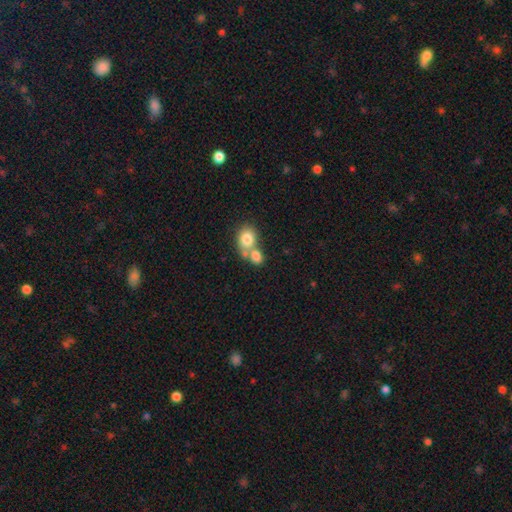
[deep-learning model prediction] smooth 78%, featured or disk 13%, star or artifact 9%. Down the decision tree: how rounded — round (54%); merging — merger (60%).